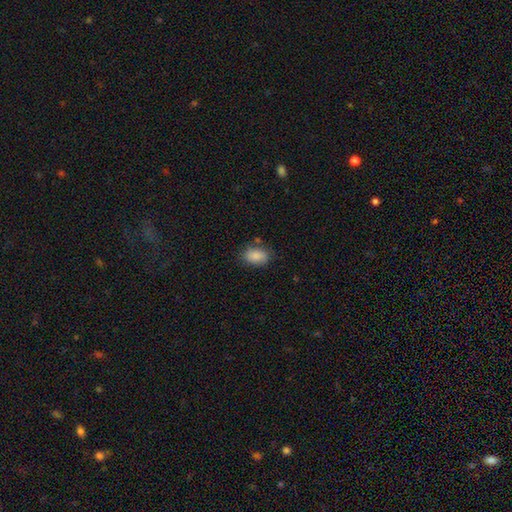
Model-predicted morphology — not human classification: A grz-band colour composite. It shows a smooth galaxy with no disk features (87%) that is in between round and cigar-shaped (86%). Merging: none (75%).